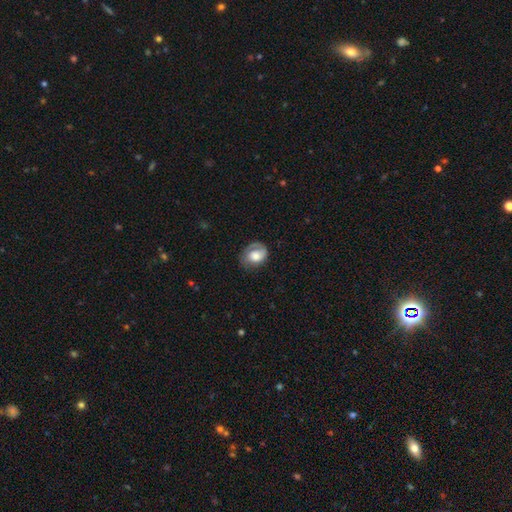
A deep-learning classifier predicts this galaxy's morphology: smooth 47%, featured or disk 46%, star or artifact 7%. Down the decision tree: merging — none (53%).